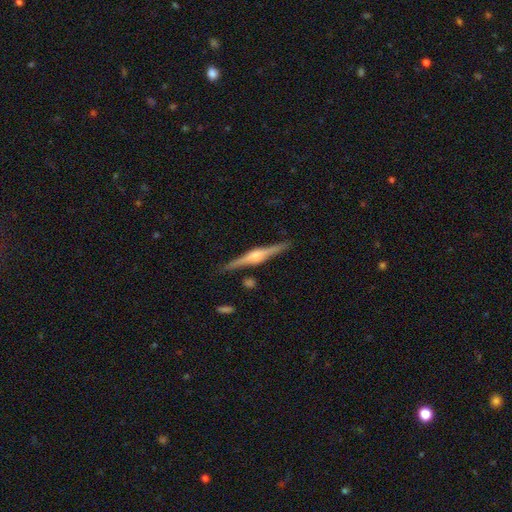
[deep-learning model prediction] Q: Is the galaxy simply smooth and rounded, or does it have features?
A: featured or disk — 83%.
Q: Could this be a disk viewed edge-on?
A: yes — 98%.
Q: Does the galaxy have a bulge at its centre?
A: rounded — 85%.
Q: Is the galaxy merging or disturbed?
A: none — 89%.